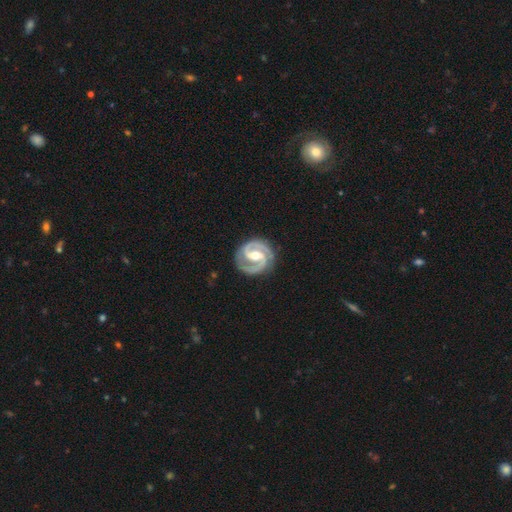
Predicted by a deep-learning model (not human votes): A featured or disk galaxy (93%) with a strong bar (44%), 2 (94%) tight (50%) spiral arms (98%) and a moderate central bulge (70%). Merging: none (86%).